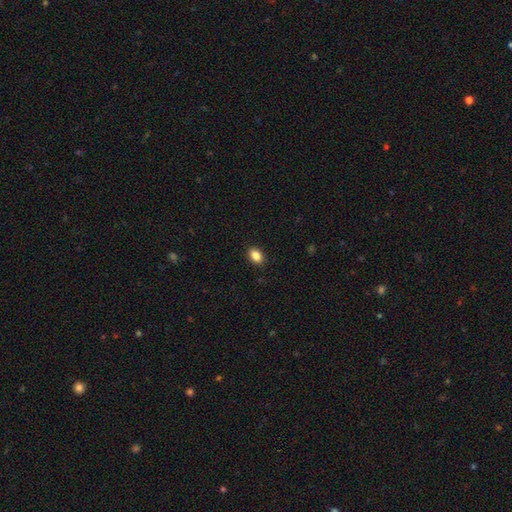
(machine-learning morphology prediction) This appears to be a smooth galaxy with no disk features (87%) that is in between round and cigar-shaped (85%). Merging: none (90%).